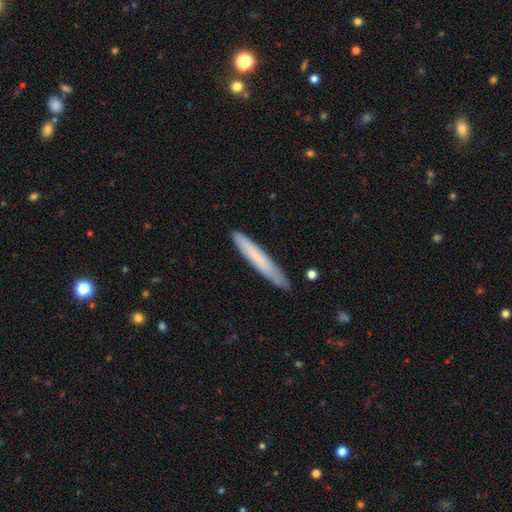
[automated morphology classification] A smooth galaxy with no disk features (66%) that is cigar-shaped (95%). Merging: none (86%).